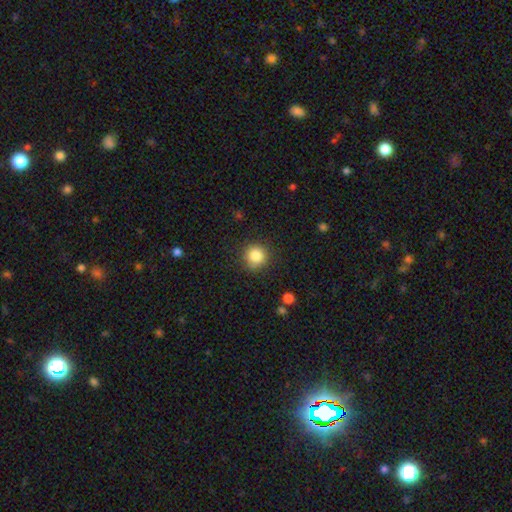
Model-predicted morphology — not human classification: A smooth galaxy with no disk features (84%) that is round (93%). Merging: none (85%).